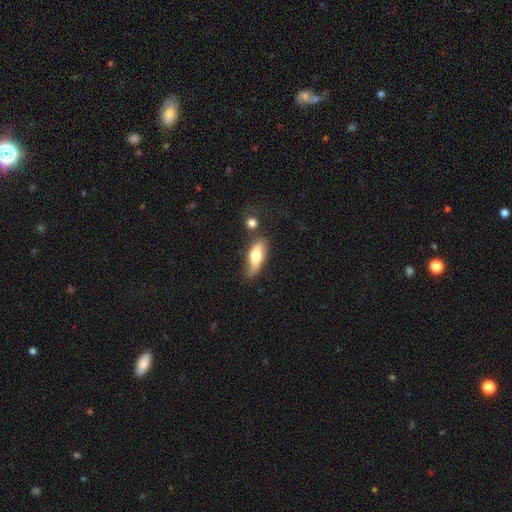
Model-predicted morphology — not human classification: A smooth galaxy with no disk features (65%) that is in between round and cigar-shaped (70%).

Vote fractions:
- Smooth or featured? smooth: 65% / featured or disk: 29% / star or artifact: 6%
- How rounded? in between: 70% / cigar-shaped: 26% / round: 4%
- Merging? none: 63% / minor disturbance: 22% / merger: 9% / major disturbance: 6%